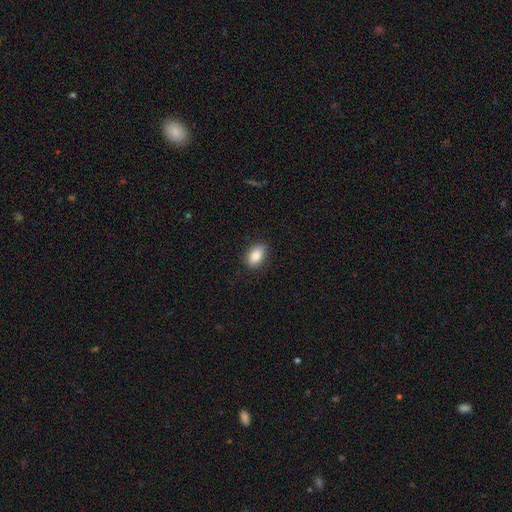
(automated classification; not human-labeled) Smooth or featured? smooth (85%)
How rounded? in between (86%)
Merging? none (84%)